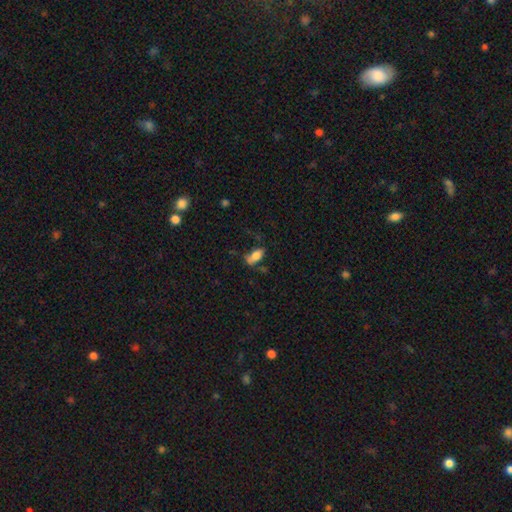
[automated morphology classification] This appears to be a smooth galaxy with no disk features (75%) that is in between round and cigar-shaped (84%). Merging: none (46%).